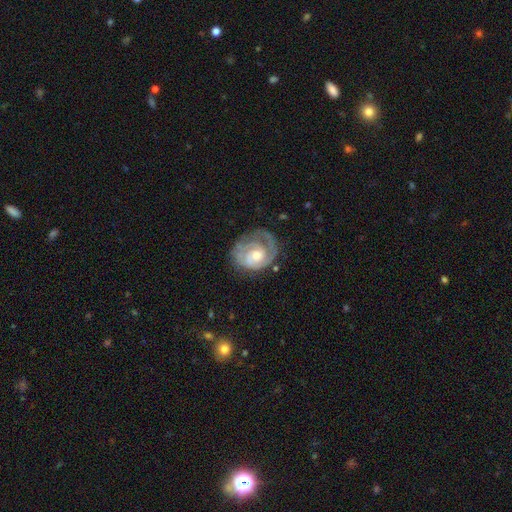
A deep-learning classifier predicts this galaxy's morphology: A featured or disk galaxy (79%) with no bar (66%), 2 (36%) tight (60%) spiral arms (90%) and a moderate central bulge (59%).

Vote fractions:
- Smooth or featured? featured or disk: 79% / smooth: 15% / star or artifact: 6%
- Edge-on disk? no: 98% / yes: 2%
- Bar? no: 66% / weak: 30% / strong: 5%
- Spiral arms? yes: 90% / no: 10%
- Spiral winding? tight: 60% / medium: 30% / loose: 10%
- Spiral arm count? 2: 36% / 1: 31% / can't tell: 21% / 3: 8% / 4: 2% / more than 4: 2%
- Bulge size? moderate: 59% / small: 24% / large: 13% / none: 3% / dominant: 1%
- Merging? none: 60% / minor disturbance: 22% / major disturbance: 17% / merger: 2%